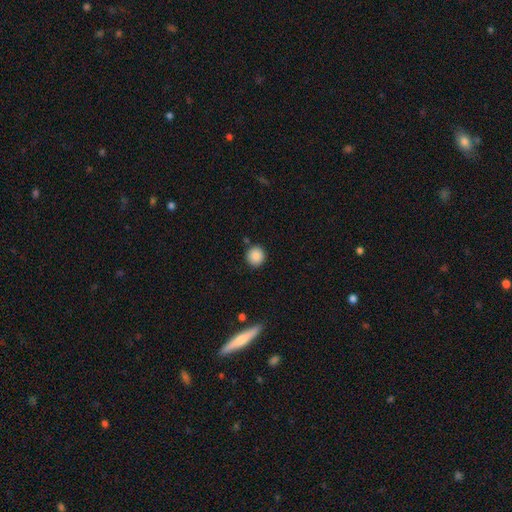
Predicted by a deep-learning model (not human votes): The model was most divided on "smooth or featured": smooth: 87%, star or artifact: 9%, featured or disk: 4%. More confident: how rounded — round (92%); merging — none (88%).